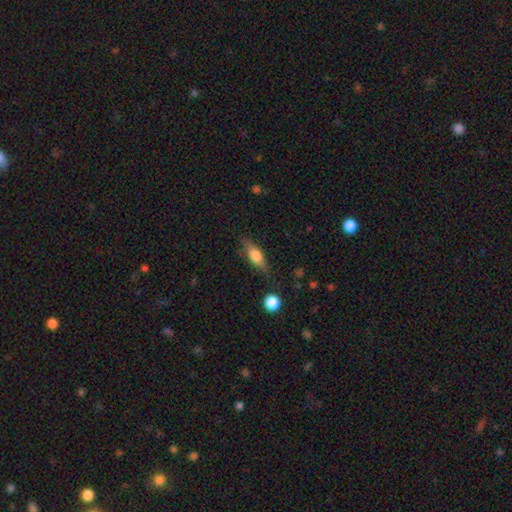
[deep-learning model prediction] Morphology: type=smooth (58%); roundness=in between (54%); merging=none (75%).